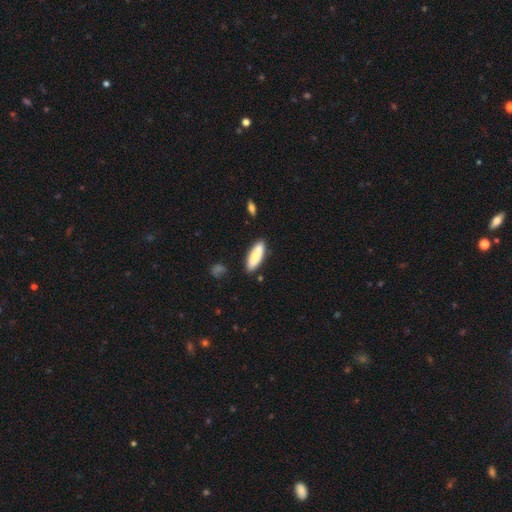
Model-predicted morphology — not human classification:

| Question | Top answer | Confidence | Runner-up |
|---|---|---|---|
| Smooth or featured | smooth | 85% | featured or disk (9%) |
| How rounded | cigar-shaped | 55% | in between (43%) |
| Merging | none | 86% | minor disturbance (10%) |